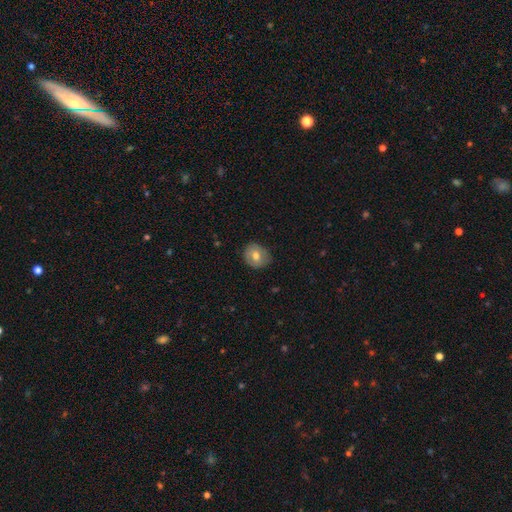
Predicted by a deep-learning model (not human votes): smooth_or_featured: smooth (p=0.67) [alt: featured or disk p=0.25]
how_rounded: round (p=0.69) [alt: in between p=0.30]
merging: none (p=0.77) [alt: minor disturbance p=0.18]